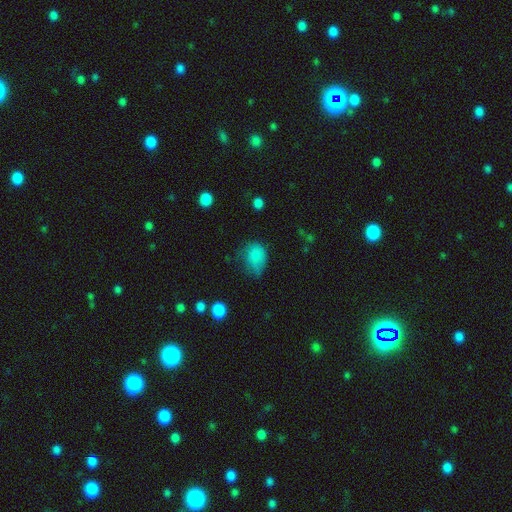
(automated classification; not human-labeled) smooth_or_featured: smooth (p=0.80) [alt: star or artifact p=0.10]
how_rounded: in between (p=0.64) [alt: round p=0.35]
merging: minor disturbance (p=0.39) [alt: none p=0.37]